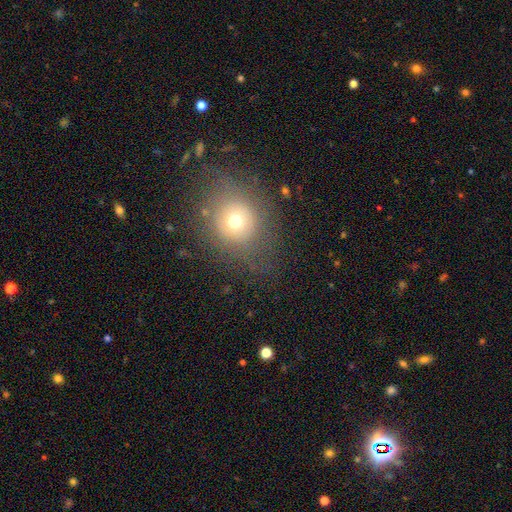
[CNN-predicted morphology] Smooth or featured?
  - smooth: 59% *
  - star or artifact: 24%
  - featured or disk: 18%
How rounded?
  - round: 69% *
  - in between: 29%
  - cigar-shaped: 1%
Merging?
  - none: 78% *
  - minor disturbance: 14%
  - major disturbance: 7%
  - merger: 2%